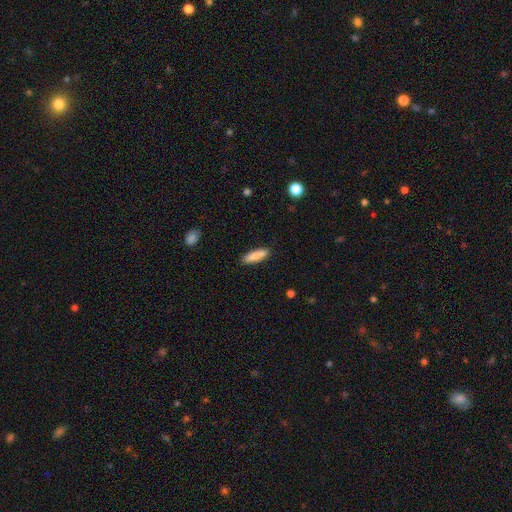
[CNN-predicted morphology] smooth_or_featured: smooth (p=0.88) [alt: featured or disk p=0.06]
how_rounded: cigar-shaped (p=0.66) [alt: in between p=0.33]
merging: none (p=0.89) [alt: minor disturbance p=0.08]